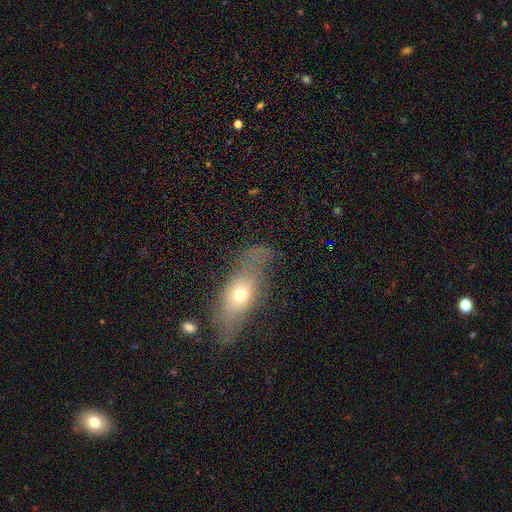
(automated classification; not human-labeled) Morphology: type=smooth (46%); merging=none (50%).